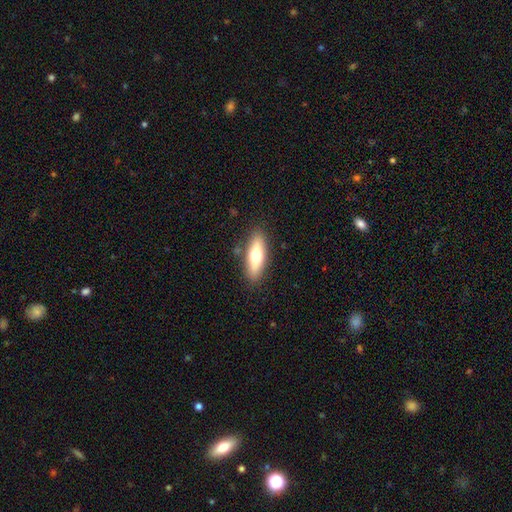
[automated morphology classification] smooth-or-featured: smooth: 64% | featured or disk: 29% | star or artifact: 6%
  how-rounded: cigar-shaped: 49% | in between: 48% | round: 2%
  merging: none: 85% | minor disturbance: 10% | major disturbance: 2% | merger: 2%